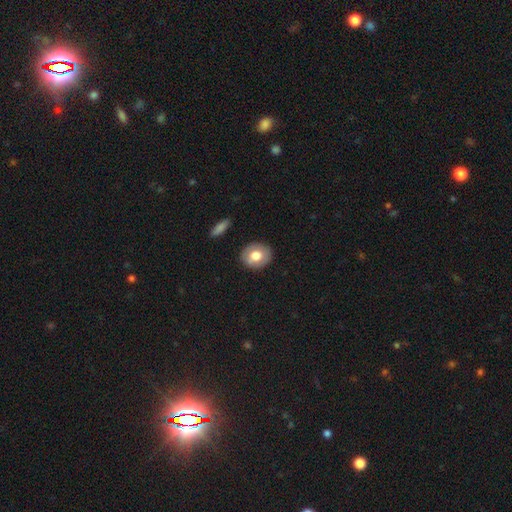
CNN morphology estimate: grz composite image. It shows a smooth galaxy with no disk features (67%) that is round (60%). Merging: none (87%).